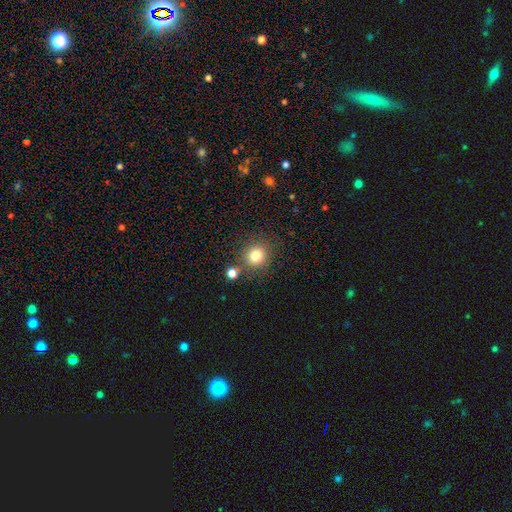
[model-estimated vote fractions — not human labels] smooth 80%, star or artifact 13%, featured or disk 7%. Down the decision tree: how rounded — round (88%); merging — none (79%).